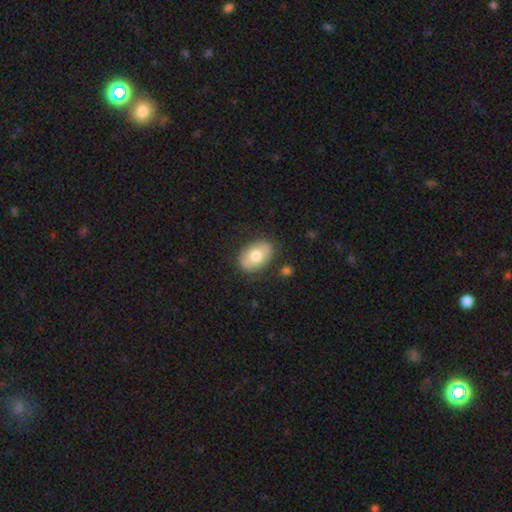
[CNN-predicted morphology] The model was most divided on "smooth or featured": smooth: 69%, featured or disk: 24%, star or artifact: 6%. More confident: how rounded — in between (84%); merging — none (82%).